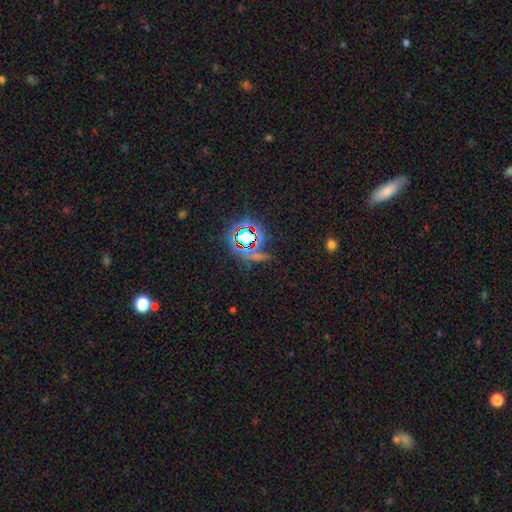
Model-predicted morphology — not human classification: Smooth or featured? star or artifact (75%)